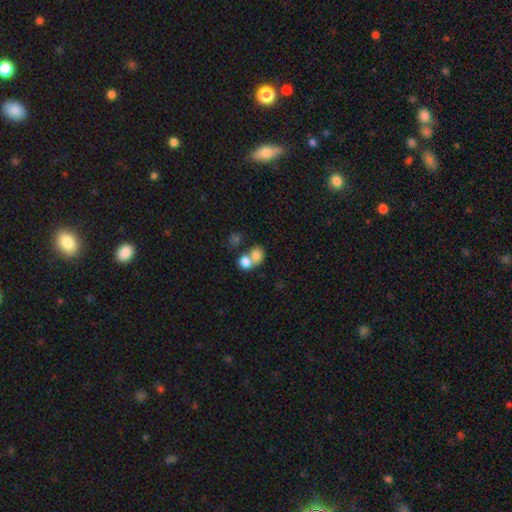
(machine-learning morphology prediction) Q: Smooth or featured?
A: smooth (77%); runner-up: featured or disk (13%)
Q: How rounded?
A: round (63%); runner-up: in between (36%)
Q: Merging?
A: merger (59%); runner-up: none (30%)